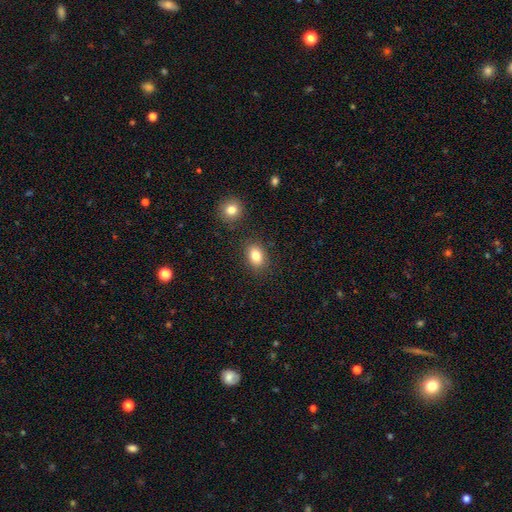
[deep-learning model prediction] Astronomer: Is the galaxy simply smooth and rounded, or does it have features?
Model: smooth — 82%.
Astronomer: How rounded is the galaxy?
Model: in between — 73%.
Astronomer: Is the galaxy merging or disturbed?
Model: none — 82%.